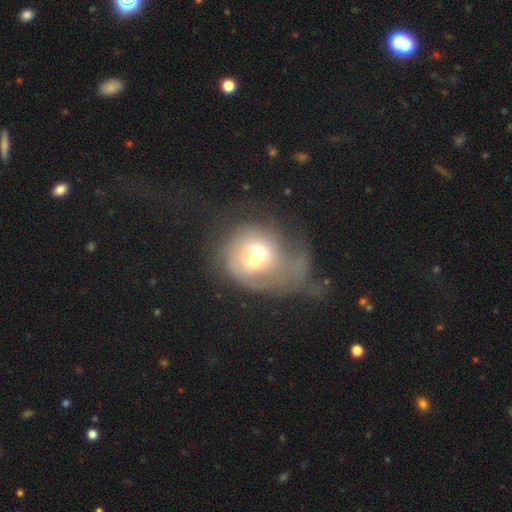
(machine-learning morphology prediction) Overall: smooth (55%; featured or disk 34%). How rounded: round (81%). Merging: major disturbance (53%; none 22%).